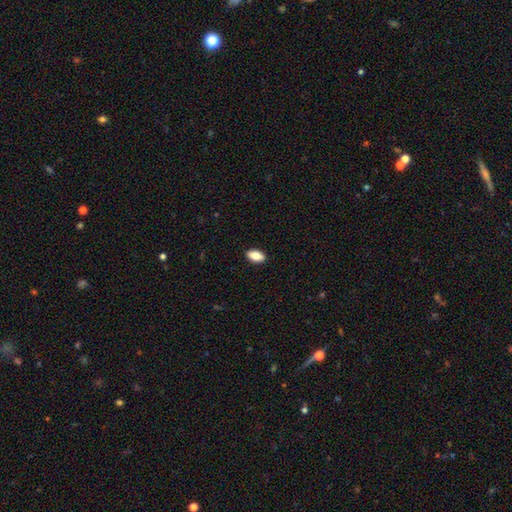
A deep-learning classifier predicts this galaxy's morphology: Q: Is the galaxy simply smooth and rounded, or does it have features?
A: smooth — 84%.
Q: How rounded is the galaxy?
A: in between — 91%.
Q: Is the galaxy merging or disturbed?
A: none — 90%.